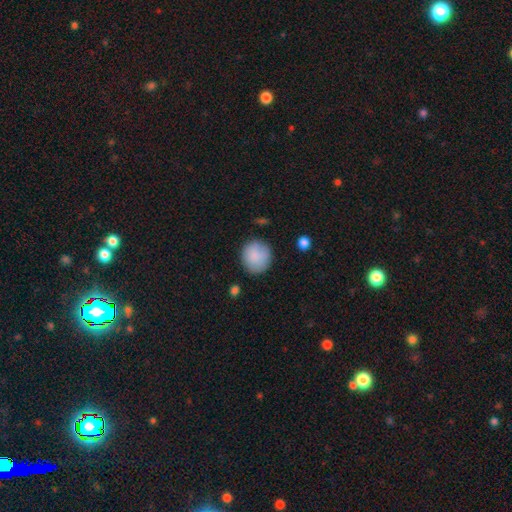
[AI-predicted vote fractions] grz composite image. It shows a smooth galaxy with no disk features (86%) that is round (89%). Merging: none (81%).